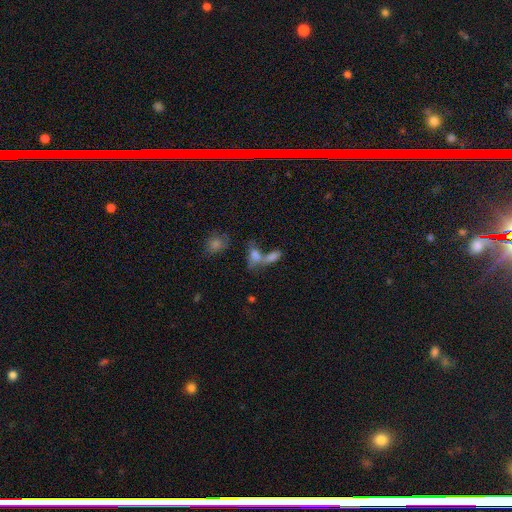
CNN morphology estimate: smooth_or_featured: smooth (p=0.66) [alt: featured or disk p=0.20]
how_rounded: in between (p=0.71) [alt: cigar-shaped p=0.20]
merging: merger (p=0.56) [alt: none p=0.28]